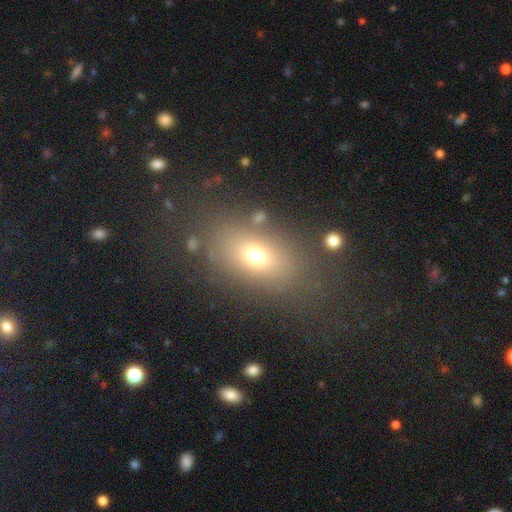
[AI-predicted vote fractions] A smooth galaxy with no disk features (68%) that is in between round and cigar-shaped (75%). Merging: none (76%).